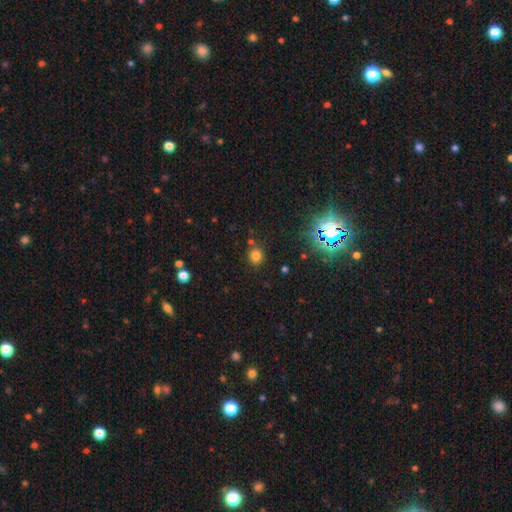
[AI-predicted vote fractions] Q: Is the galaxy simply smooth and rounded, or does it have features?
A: smooth — 75%.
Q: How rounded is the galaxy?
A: round — 81%.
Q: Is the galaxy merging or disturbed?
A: none — 80%.